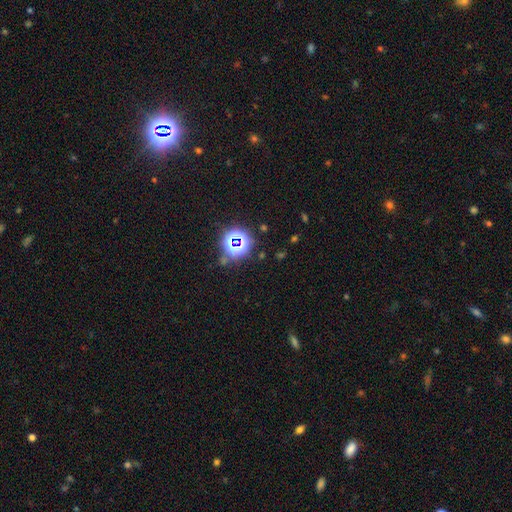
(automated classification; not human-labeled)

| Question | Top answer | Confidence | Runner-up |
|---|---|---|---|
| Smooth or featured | star or artifact | 77% | smooth (15%) |